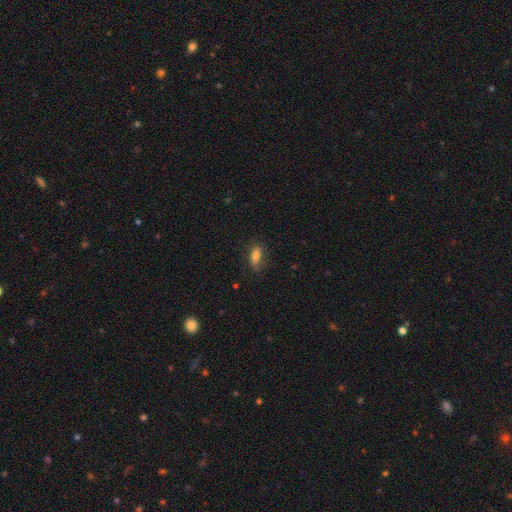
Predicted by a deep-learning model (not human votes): The model was most divided on "merging": none: 72%, minor disturbance: 21%, major disturbance: 6%, merger: 1%. More confident: how rounded — in between (81%); smooth or featured — smooth (77%).